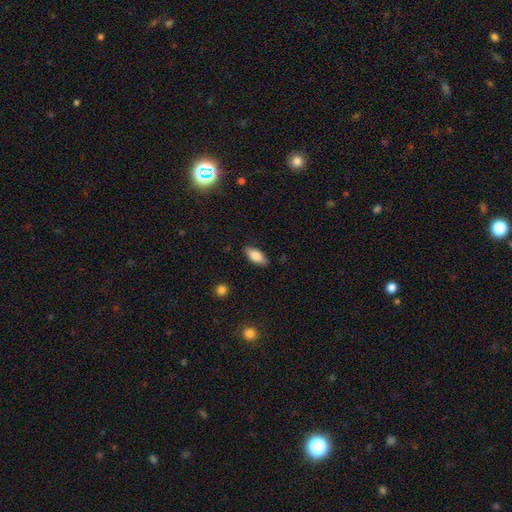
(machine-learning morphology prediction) A smooth galaxy with no disk features (81%) that is in between round and cigar-shaped (85%).

Vote fractions:
- Smooth or featured? smooth: 81% / featured or disk: 13% / star or artifact: 7%
- How rounded? in between: 85% / cigar-shaped: 12% / round: 3%
- Merging? none: 86% / minor disturbance: 10% / major disturbance: 2% / merger: 1%